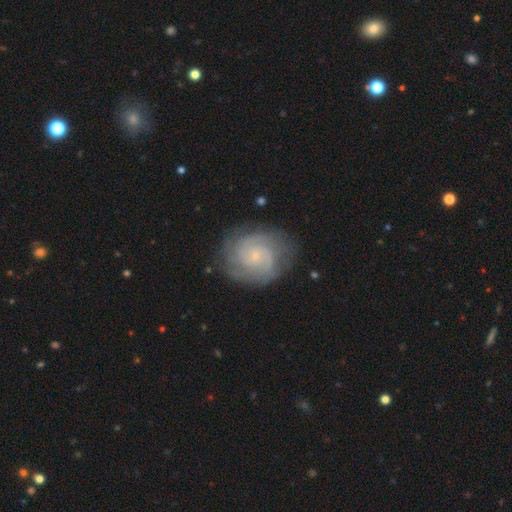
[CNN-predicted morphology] The model was most divided on "spiral arm count": 2: 34%, can't tell: 25%, 3: 21%, 4: 9%, 1: 5%, more than 4: 5%. More confident: edge-on disk — no (98%); spiral arms — yes (96%); smooth or featured — featured or disk (81%); merging — none (78%); bulge size — small (77%); bar — no (68%); spiral winding — tight (63%).